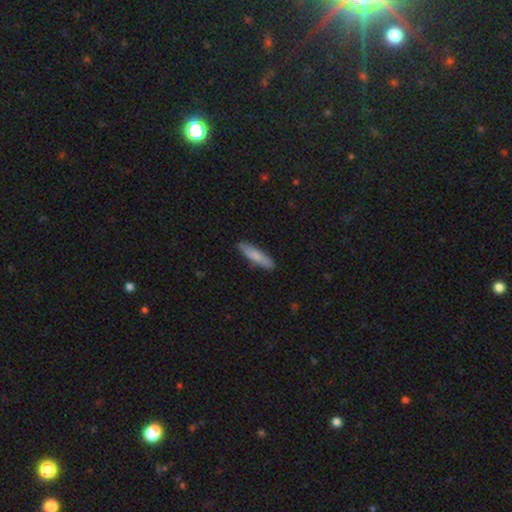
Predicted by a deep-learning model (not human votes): This appears to be a smooth galaxy with no disk features (78%) that is cigar-shaped (80%). Merging: none (87%).